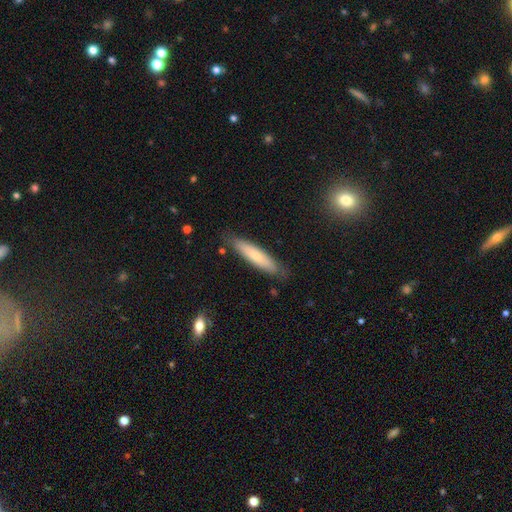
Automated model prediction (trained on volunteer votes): Overall: smooth (66%; featured or disk 28%). How rounded: cigar-shaped (80%). Merging: none (83%).